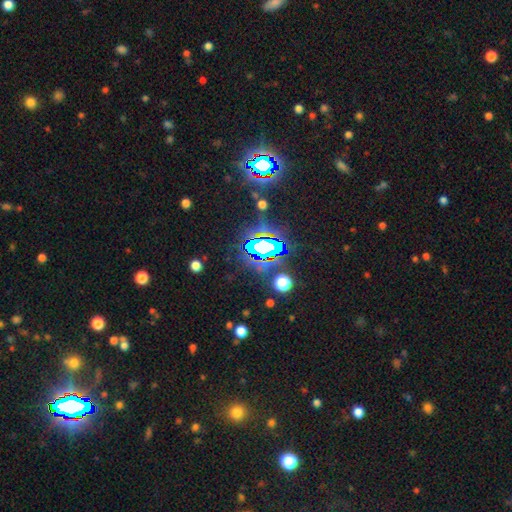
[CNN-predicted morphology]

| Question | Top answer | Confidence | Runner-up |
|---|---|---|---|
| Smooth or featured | star or artifact | 80% | smooth (13%) |